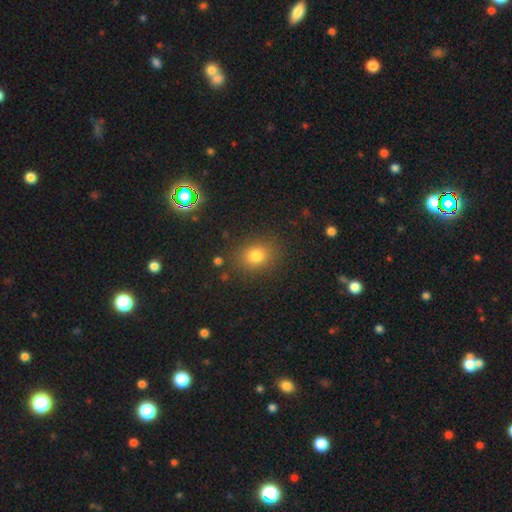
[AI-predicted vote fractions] Smooth or featured? smooth (77%)
How rounded? round (55%)
Merging? none (85%)